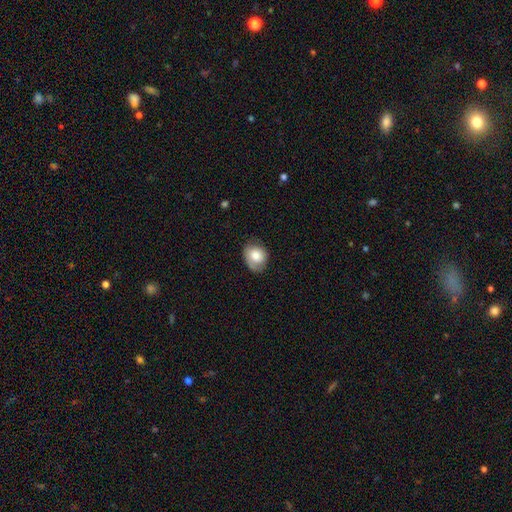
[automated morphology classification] A smooth galaxy with no disk features (72%) that is round (50%, tied with in between).

Vote fractions:
- Smooth or featured? smooth: 72% / featured or disk: 21% / star or artifact: 7%
- How rounded? round: 50% (tied) / in between: 50% (tied) / cigar-shaped: 1%
- Merging? none: 63% / minor disturbance: 27% / major disturbance: 9% / merger: 1%